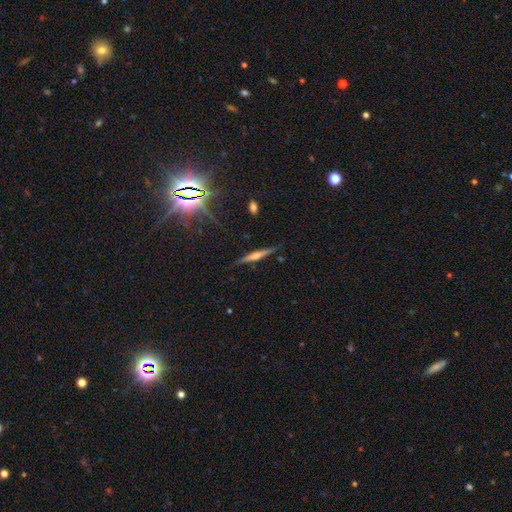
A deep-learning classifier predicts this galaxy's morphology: Q: Smooth or featured?
A: featured or disk (62%); runner-up: smooth (28%)
Q: Edge-on disk?
A: yes (97%); runner-up: no (3%)
Q: Edge-on bulge?
A: rounded (65%); runner-up: boxy (19%)
Q: Merging?
A: none (85%); runner-up: minor disturbance (11%)